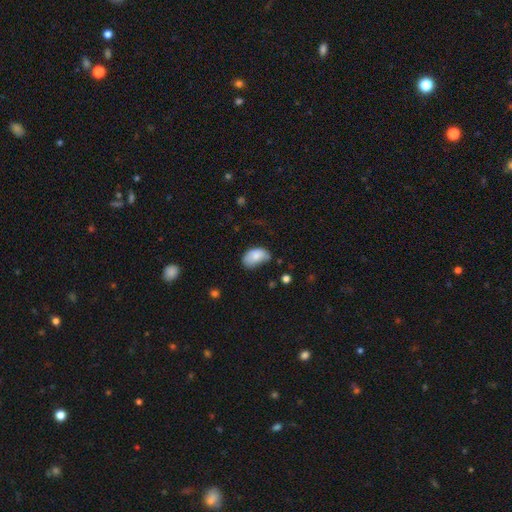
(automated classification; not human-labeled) Overall: smooth (80%). How rounded: in between (92%). Merging: none (45%; minor disturbance 40%).